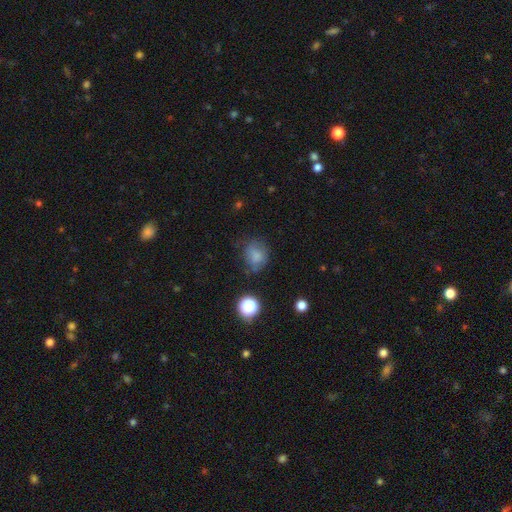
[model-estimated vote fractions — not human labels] smooth_or_featured: smooth (p=0.74) [alt: star or artifact p=0.14]
how_rounded: round (p=0.55) [alt: in between p=0.44]
merging: none (p=0.60) [alt: minor disturbance p=0.26]